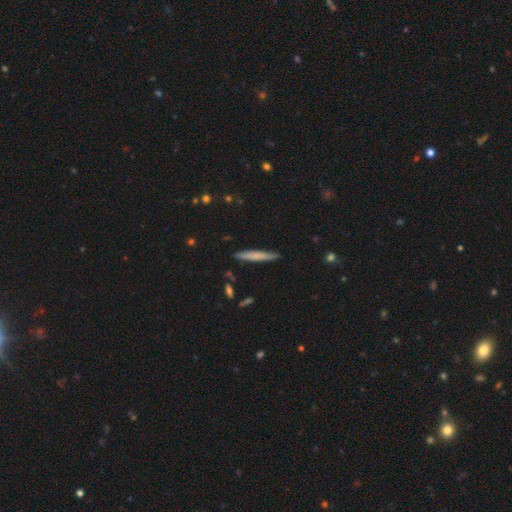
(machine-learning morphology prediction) This is likely a smooth galaxy (65%). How rounded: clearly cigar-shaped (95%). Merging: clearly none (88%).